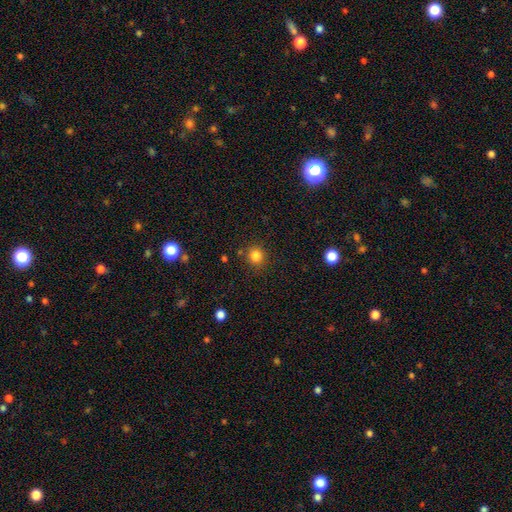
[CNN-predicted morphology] This is clearly a smooth galaxy (83%). How rounded: clearly round (84%). Merging: clearly none (85%).